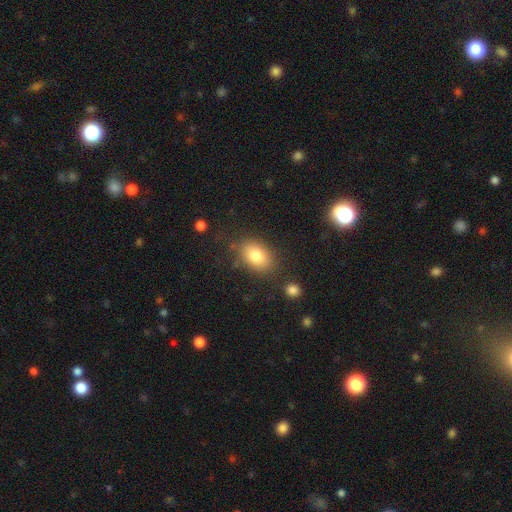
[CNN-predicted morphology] Overall: smooth (81%). How rounded: in between (80%). Merging: none (78%).